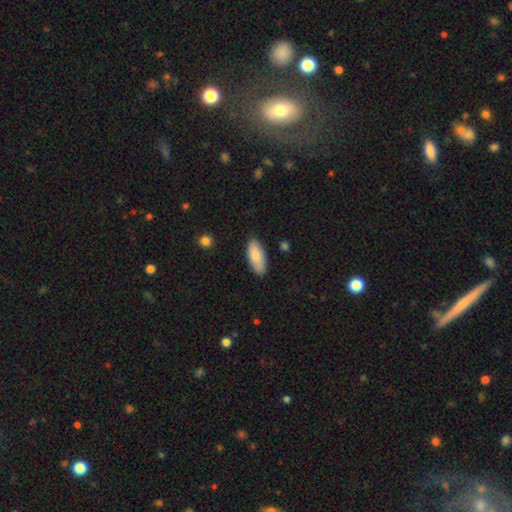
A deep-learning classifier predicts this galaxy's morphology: smooth_or_featured: smooth (p=0.83) [alt: featured or disk p=0.12]
how_rounded: in between (p=0.87) [alt: cigar-shaped p=0.11]
merging: none (p=0.84) [alt: minor disturbance p=0.12]